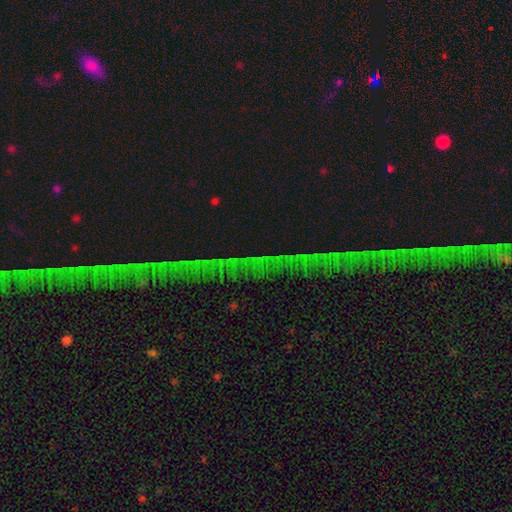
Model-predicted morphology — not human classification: Smooth or featured? star or artifact (79%)